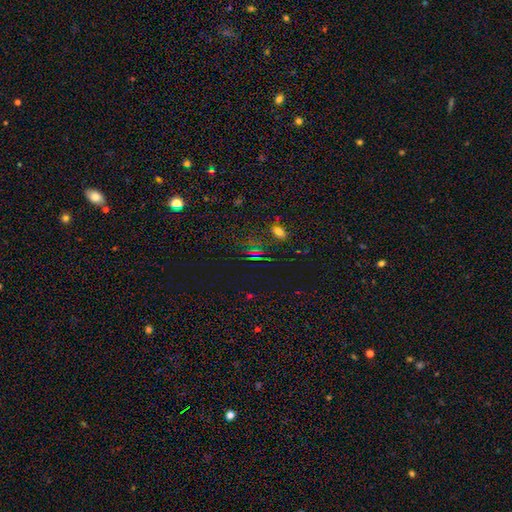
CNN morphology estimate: Overall: star or artifact (64%; smooth 28%).